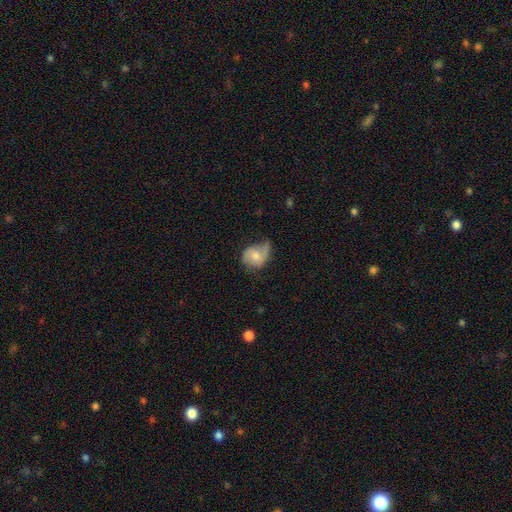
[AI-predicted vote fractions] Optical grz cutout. It shows a smooth galaxy with no disk features (48%). Merging: minor disturbance (39%).